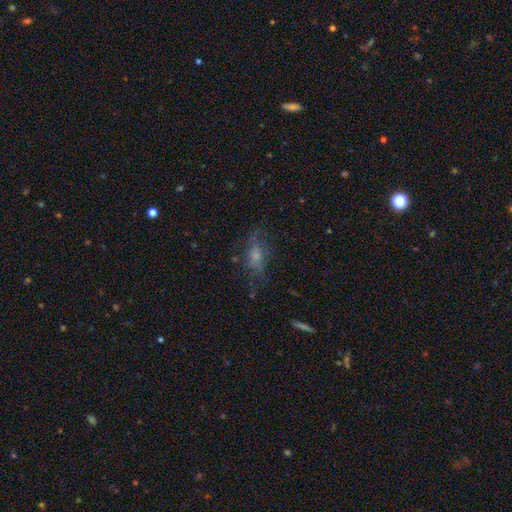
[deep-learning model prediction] Morphology: type=smooth (39%); merging=none (61%).